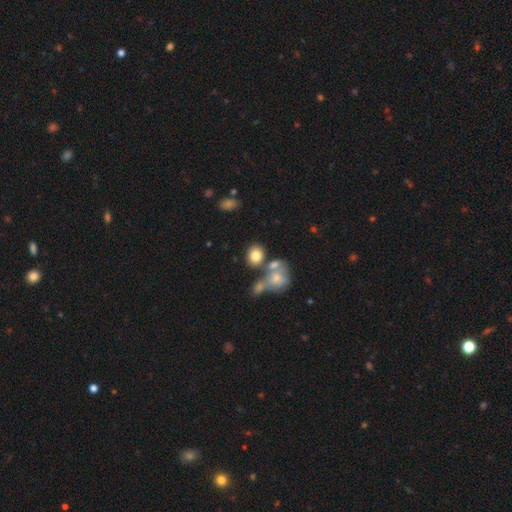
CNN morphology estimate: A smooth galaxy with no disk features (76%) that is round (54%).

Vote fractions:
- Smooth or featured? smooth: 76% / featured or disk: 14% / star or artifact: 10%
- How rounded? round: 54% / in between: 45% / cigar-shaped: 1%
- Merging? none: 56% / merger: 27% / minor disturbance: 12% / major disturbance: 5%